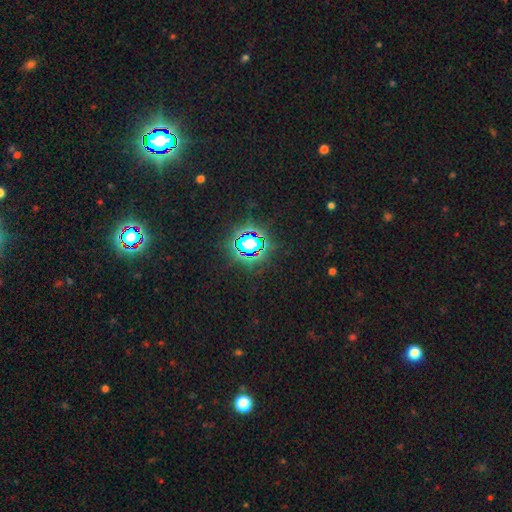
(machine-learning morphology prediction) Q: Smooth or featured?
A: star or artifact (81%); runner-up: smooth (12%)